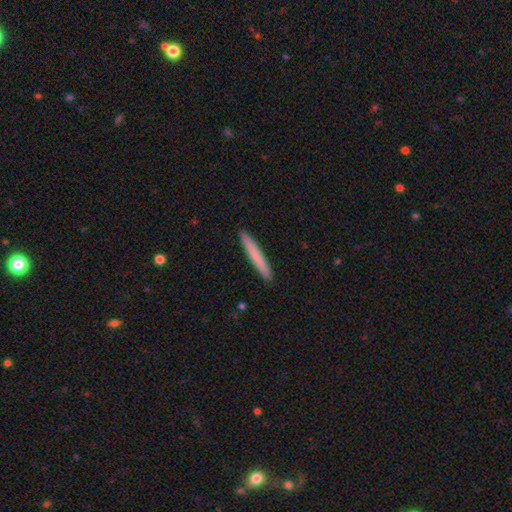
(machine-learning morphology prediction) A smooth galaxy with no disk features (74%) that is cigar-shaped (97%). Merging: none (93%).